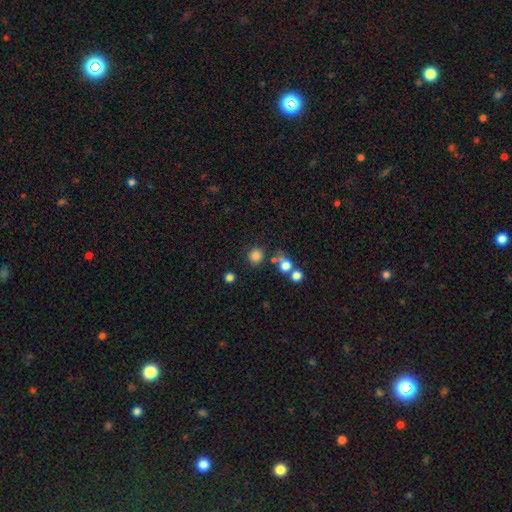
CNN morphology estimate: Smooth or featured?
  - smooth: 79% *
  - star or artifact: 15%
  - featured or disk: 6%
How rounded?
  - round: 88% *
  - in between: 11%
  - cigar-shaped: 1%
Merging?
  - none: 75% *
  - merger: 11%
  - minor disturbance: 9%
  - major disturbance: 4%